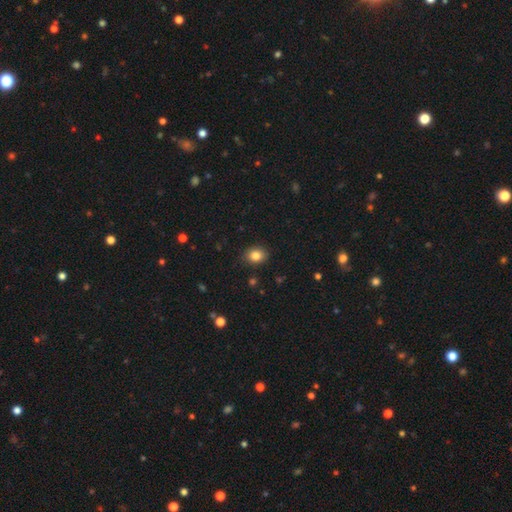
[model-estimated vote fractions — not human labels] smooth 84%, star or artifact 10%, featured or disk 6%. Down the decision tree: how rounded — round (52%); merging — none (88%).